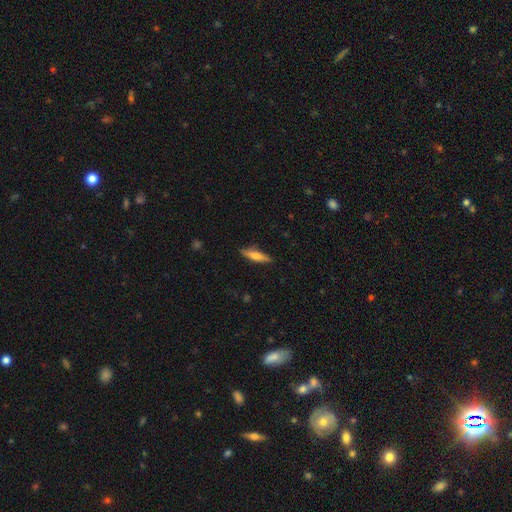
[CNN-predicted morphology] type=smooth (60%); roundness=cigar-shaped (77%); merging=none (86%).